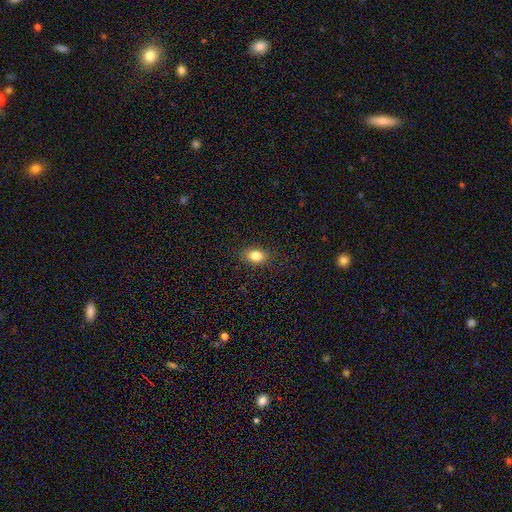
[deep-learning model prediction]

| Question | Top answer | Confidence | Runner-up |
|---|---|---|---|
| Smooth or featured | smooth | 83% | star or artifact (10%) |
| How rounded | in between | 77% | round (21%) |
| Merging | none | 87% | minor disturbance (10%) |